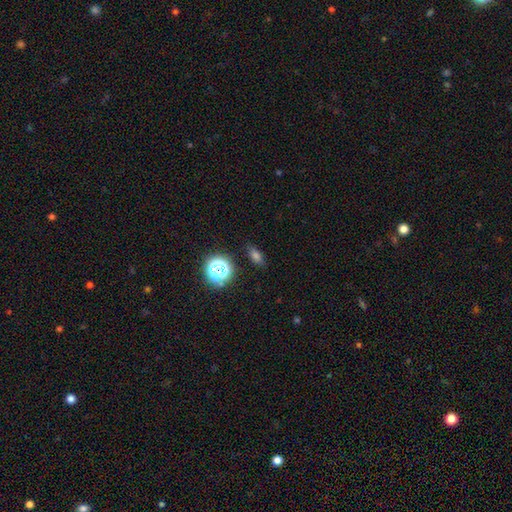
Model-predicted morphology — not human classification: Smooth or featured? smooth (68%)
How rounded? in between (70%)
Merging? none (84%)